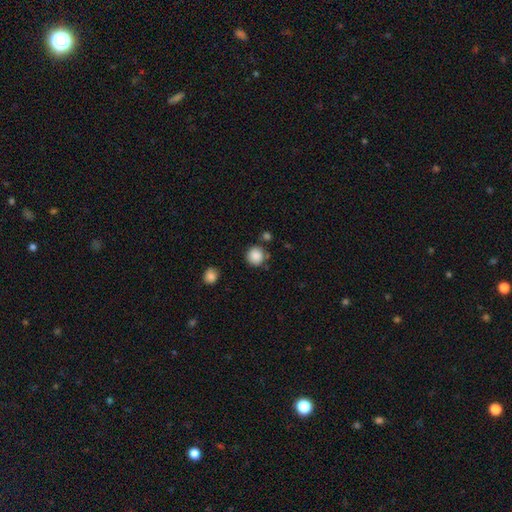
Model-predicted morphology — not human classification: type=smooth (88%); roundness=round (92%); merging=none (80%).